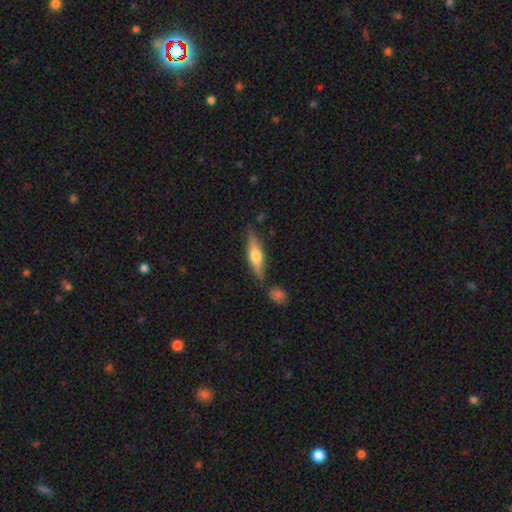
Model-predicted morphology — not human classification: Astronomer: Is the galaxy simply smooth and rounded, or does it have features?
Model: featured or disk — 51% (runner-up: smooth, 43%).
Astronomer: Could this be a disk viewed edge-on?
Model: yes — 91%.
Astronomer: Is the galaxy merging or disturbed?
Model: none — 76%.